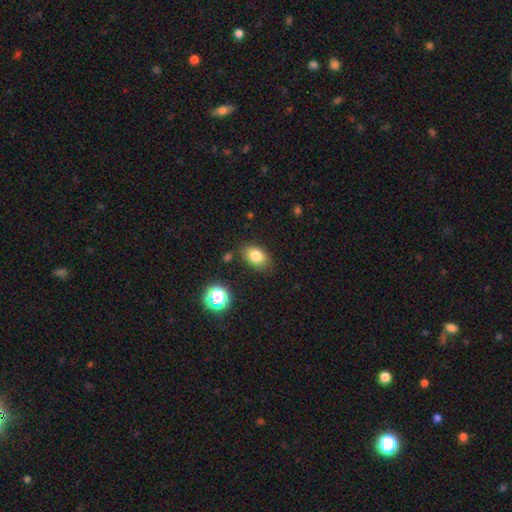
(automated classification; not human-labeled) A smooth galaxy with no disk features (81%) that is in between round and cigar-shaped (84%). Merging: none (81%).